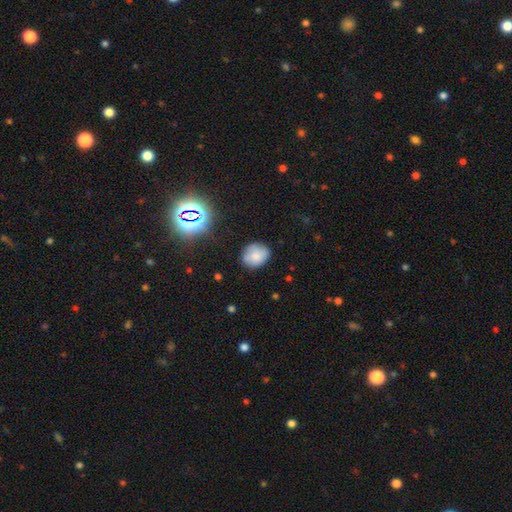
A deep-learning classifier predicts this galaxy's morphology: smooth-or-featured: smooth: 77% | featured or disk: 12% | star or artifact: 11%
  how-rounded: round: 57% | in between: 42% | cigar-shaped: 1%
  merging: none: 78% | minor disturbance: 17% | major disturbance: 3% | merger: 2%